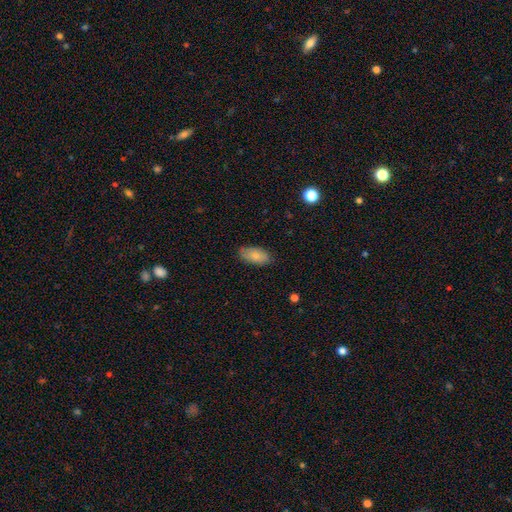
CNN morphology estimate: This appears to be a smooth galaxy with no disk features (80%) that is in between round and cigar-shaped (93%). Merging: none (82%).